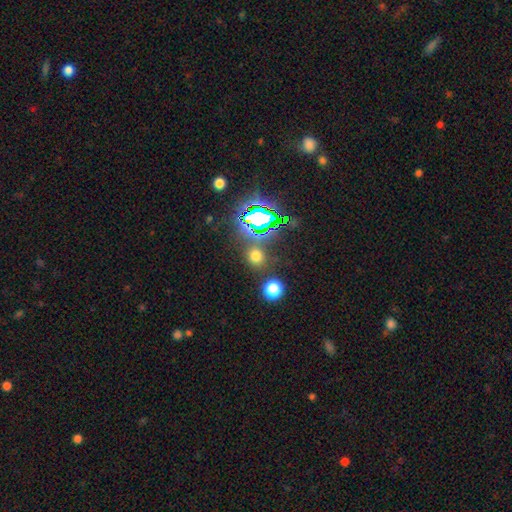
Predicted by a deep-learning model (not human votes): Smooth or featured: smooth — 59% (star or artifact — 34%)
How rounded: round — 81% (in between — 17%)
Merging: none — 79% (merger — 9%)